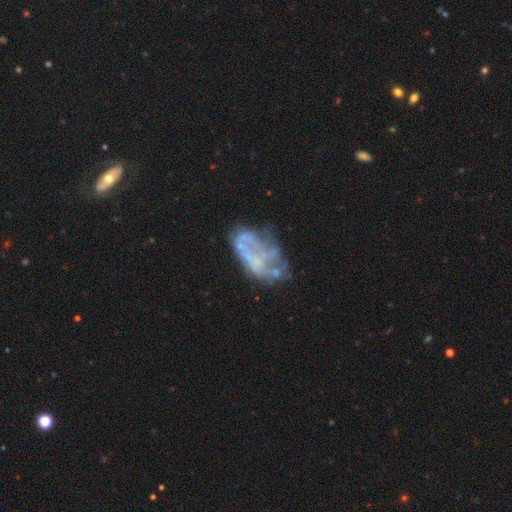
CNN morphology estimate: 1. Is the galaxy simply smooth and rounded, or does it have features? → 65% featured or disk, 21% smooth, 13% star or artifact.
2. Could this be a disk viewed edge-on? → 97% no, 3% yes.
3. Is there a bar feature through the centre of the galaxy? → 89% no, 8% weak, 3% strong.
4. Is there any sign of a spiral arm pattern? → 88% no, 12% yes.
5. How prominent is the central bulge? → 79% none, 11% small, 7% moderate, 2% large, 1% dominant.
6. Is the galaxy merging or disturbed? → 41% none, 27% major disturbance, 21% minor disturbance, 10% merger.